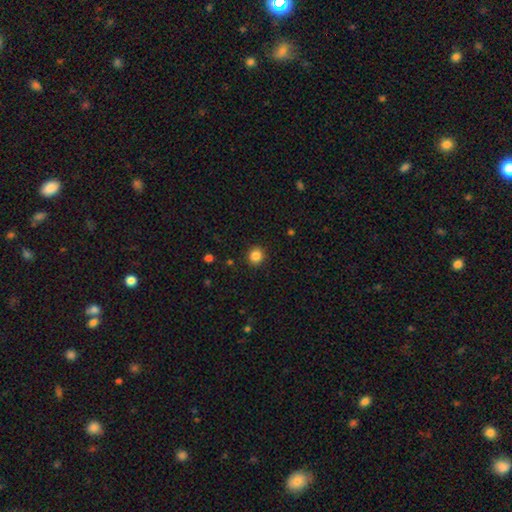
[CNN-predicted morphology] A smooth galaxy with no disk features (85%) that is round (92%).

Vote fractions:
- Smooth or featured? smooth: 85% / star or artifact: 11% / featured or disk: 4%
- How rounded? round: 92% / in between: 7% / cigar-shaped: 1%
- Merging? none: 91% / minor disturbance: 6% / major disturbance: 2% / merger: 1%